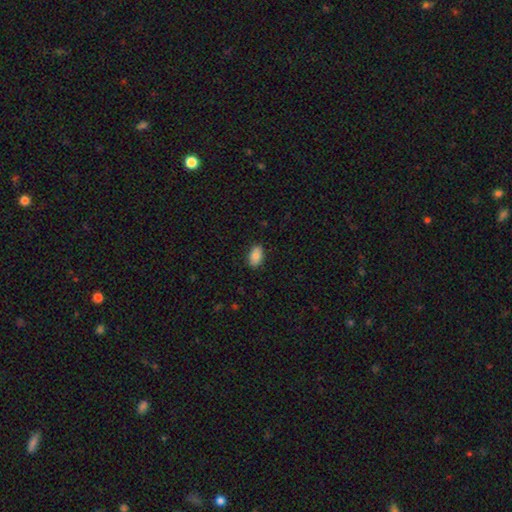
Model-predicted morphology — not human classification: Smooth or featured? smooth (82%)
How rounded? in between (91%)
Merging? none (86%)